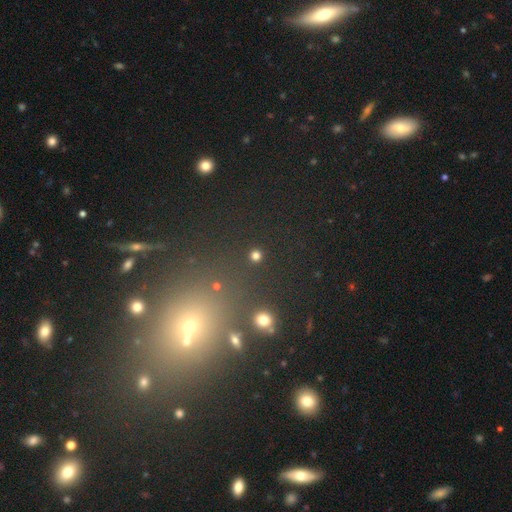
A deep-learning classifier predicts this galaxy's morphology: A smooth galaxy with no disk features (78%) that is round (93%). Merging: none (91%).